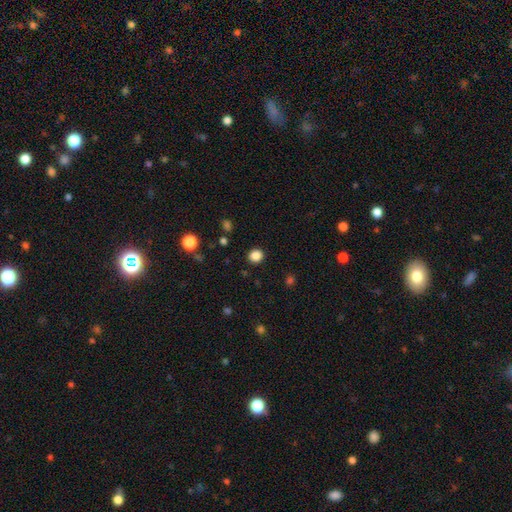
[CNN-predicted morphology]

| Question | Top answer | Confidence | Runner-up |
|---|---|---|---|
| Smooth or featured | smooth | 85% | star or artifact (11%) |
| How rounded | round | 84% | in between (15%) |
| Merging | none | 91% | minor disturbance (6%) |